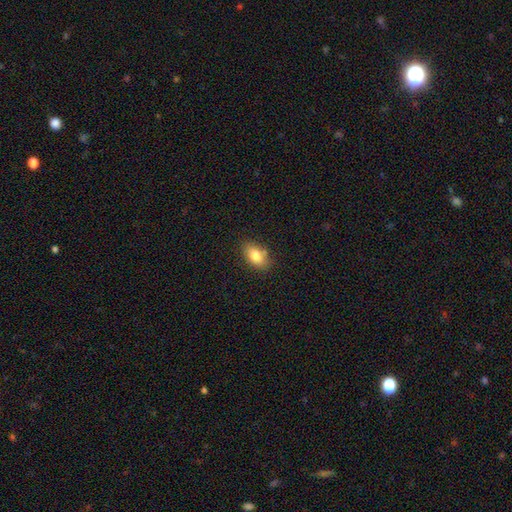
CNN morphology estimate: type=smooth (81%); roundness=in between (89%); merging=none (77%).